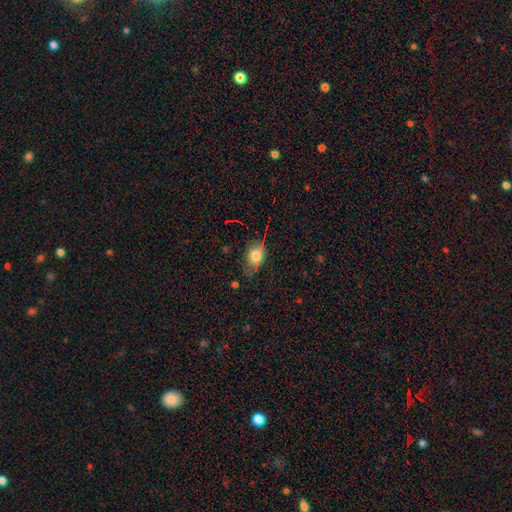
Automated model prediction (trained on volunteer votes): A smooth galaxy with no disk features (65%) that is in between round and cigar-shaped (74%). Merging: none (66%).